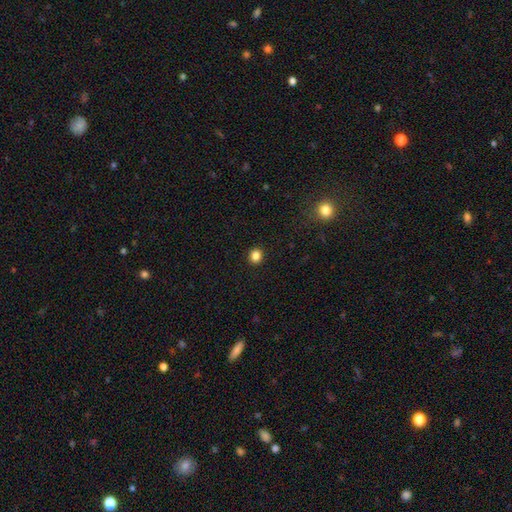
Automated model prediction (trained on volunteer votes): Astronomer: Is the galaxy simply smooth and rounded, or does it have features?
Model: smooth — 83%.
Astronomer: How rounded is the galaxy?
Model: round — 84%.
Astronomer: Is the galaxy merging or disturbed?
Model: none — 92%.